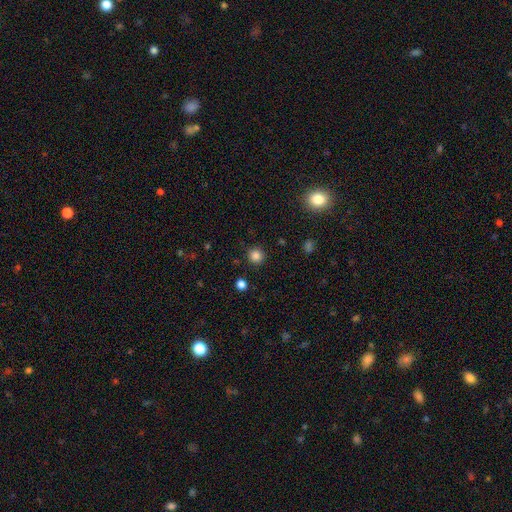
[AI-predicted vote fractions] Smooth or featured: smooth — 84% (star or artifact — 13%)
How rounded: round — 94% (in between — 5%)
Merging: none — 90% (minor disturbance — 6%)